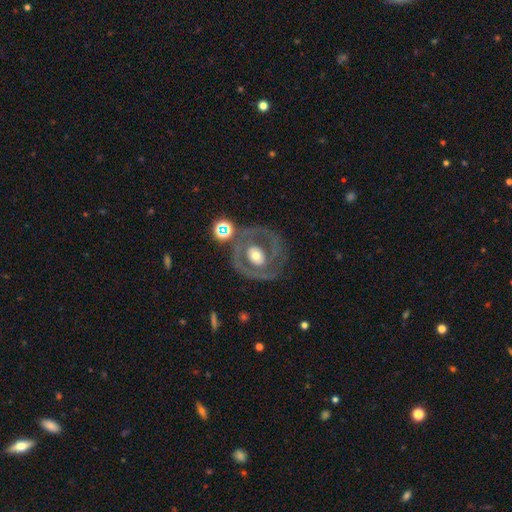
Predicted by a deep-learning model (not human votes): Smooth or featured?
  - featured or disk: 68% *
  - smooth: 24%
  - star or artifact: 8%
Edge-on disk?
  - no: 96% *
  - yes: 4%
Bar?
  - no: 71% *
  - weak: 19%
  - strong: 10%
Spiral arms?
  - no: 61% *
  - yes: 39%
Bulge size?
  - moderate: 60% *
  - large: 20%
  - small: 15%
  - dominant: 2%
  - none: 2%
Merging?
  - none: 67% *
  - minor disturbance: 15%
  - major disturbance: 13%
  - merger: 5%